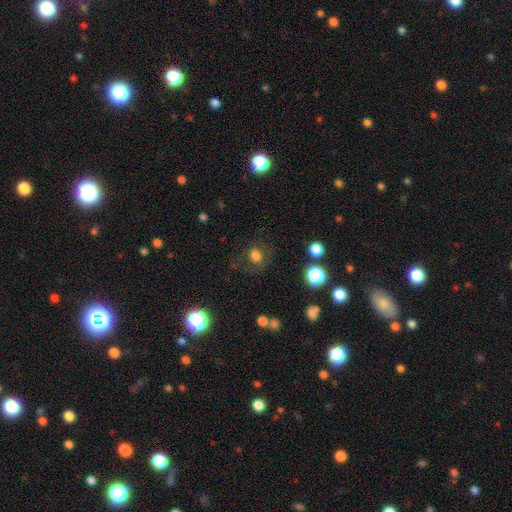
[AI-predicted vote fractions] Q: Smooth or featured?
A: smooth (72%); runner-up: star or artifact (15%)
Q: How rounded?
A: round (71%); runner-up: in between (28%)
Q: Merging?
A: none (72%); runner-up: minor disturbance (15%)